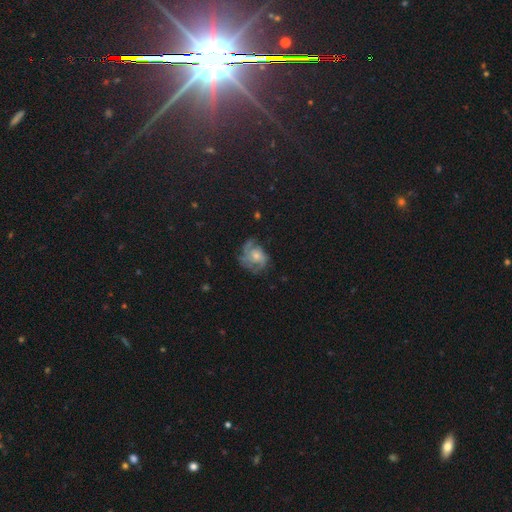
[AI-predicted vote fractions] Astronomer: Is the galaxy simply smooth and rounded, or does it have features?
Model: featured or disk — 74%.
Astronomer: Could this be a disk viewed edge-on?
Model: no — 98%.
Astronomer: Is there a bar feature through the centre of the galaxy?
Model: no — 74%.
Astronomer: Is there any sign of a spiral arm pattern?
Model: yes — 90%.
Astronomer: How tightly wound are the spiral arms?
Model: tight — 43% (runner-up: medium, 42%).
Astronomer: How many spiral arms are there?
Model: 2 — 30% (runner-up: 3, 27%).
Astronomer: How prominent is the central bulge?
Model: small — 45% (runner-up: moderate, 42%).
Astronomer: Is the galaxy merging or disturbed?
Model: none — 56%.